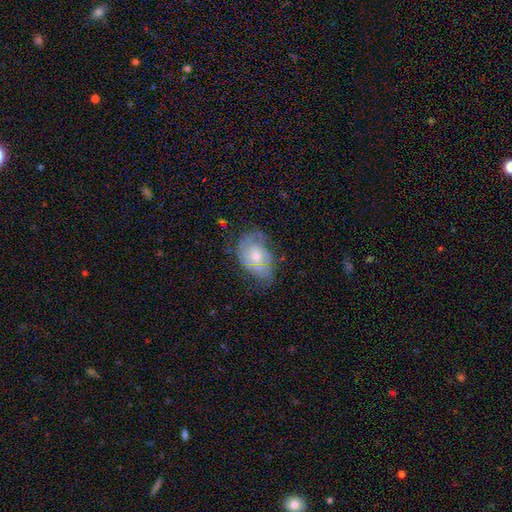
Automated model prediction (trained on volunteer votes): Smooth or featured: featured or disk — 68% (smooth — 24%)
Edge-on disk: no — 96% (yes — 4%)
Bar: no — 76% (weak — 21%)
Spiral arms: yes — 80% (no — 20%)
Spiral winding: tight — 59% (medium — 30%)
Spiral arm count: can't tell — 46% (2 — 31%)
Bulge size: moderate — 53% (small — 41%)
Merging: none — 58% (minor disturbance — 28%)